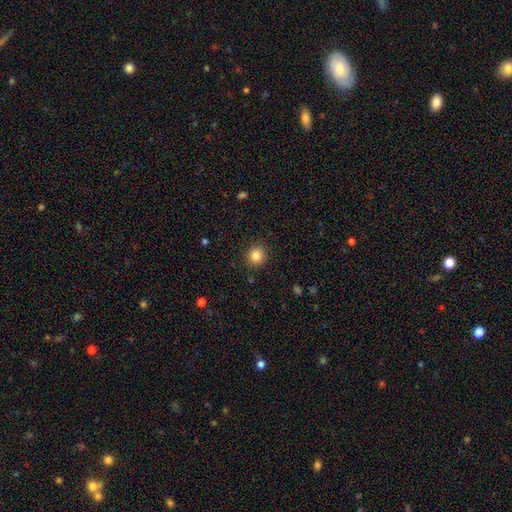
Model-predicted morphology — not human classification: Smooth or featured? Predicted: smooth (p=0.84). How rounded? Predicted: round (p=0.91). Merging? Predicted: none (p=0.90).